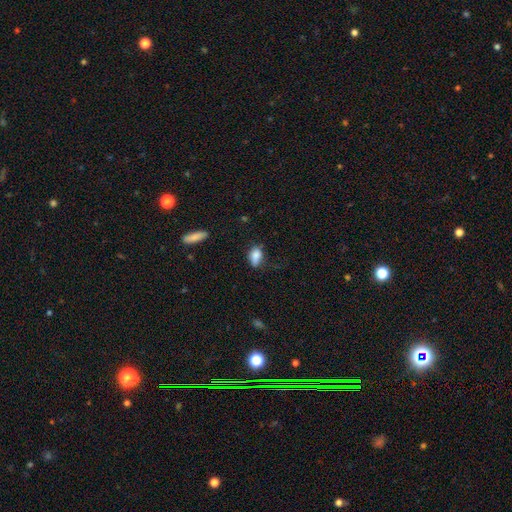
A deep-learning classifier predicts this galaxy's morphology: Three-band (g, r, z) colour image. It shows a smooth galaxy with no disk features (82%) that is in between round and cigar-shaped (85%). Merging: none (54%).